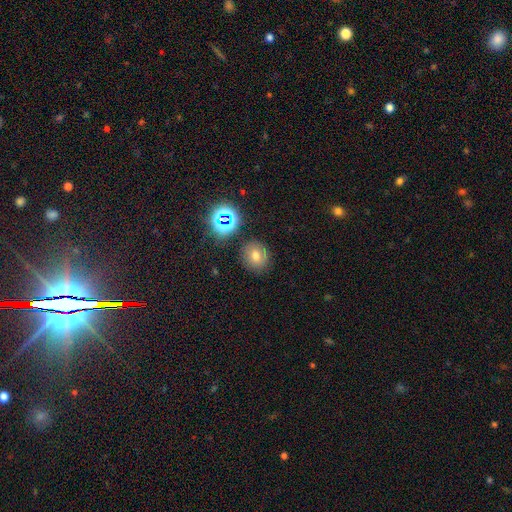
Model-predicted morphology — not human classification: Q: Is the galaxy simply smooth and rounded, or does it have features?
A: smooth — 62%.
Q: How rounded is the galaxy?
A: round — 77%.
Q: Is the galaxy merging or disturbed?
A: none — 83%.